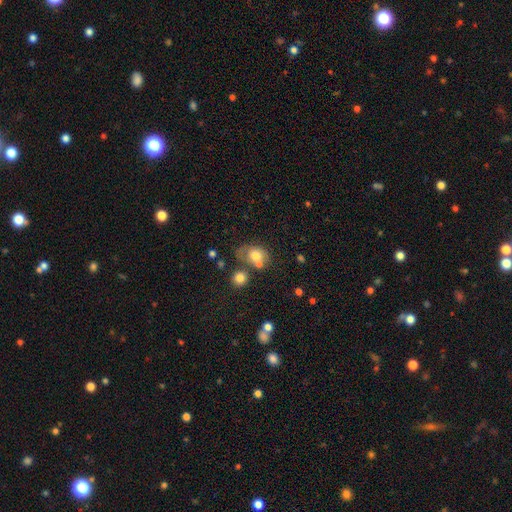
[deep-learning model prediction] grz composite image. It shows a smooth galaxy with no disk features (69%) that is in between round and cigar-shaped (55%). Merging: none (37%).